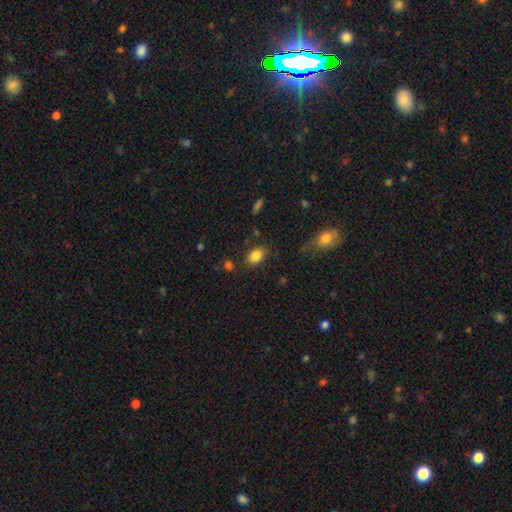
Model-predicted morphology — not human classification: smooth 85%, star or artifact 9%, featured or disk 6%. Down the decision tree: how rounded — in between (77%); merging — none (79%).